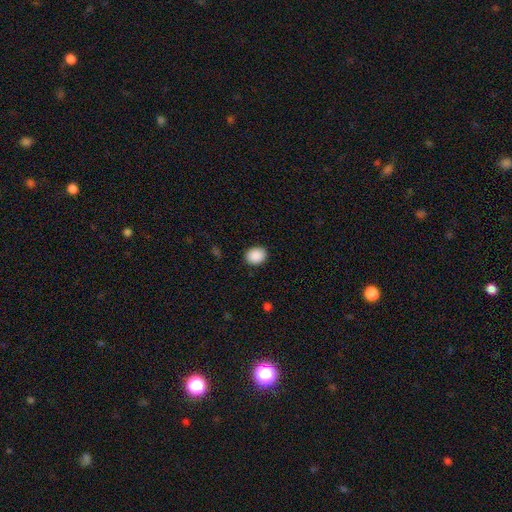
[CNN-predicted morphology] Smooth or featured?
  - smooth: 90% *
  - star or artifact: 7%
  - featured or disk: 2%
How rounded?
  - round: 51% *
  - in between: 48%
  - cigar-shaped: 1%
Merging?
  - none: 90% *
  - minor disturbance: 7%
  - major disturbance: 2%
  - merger: 1%